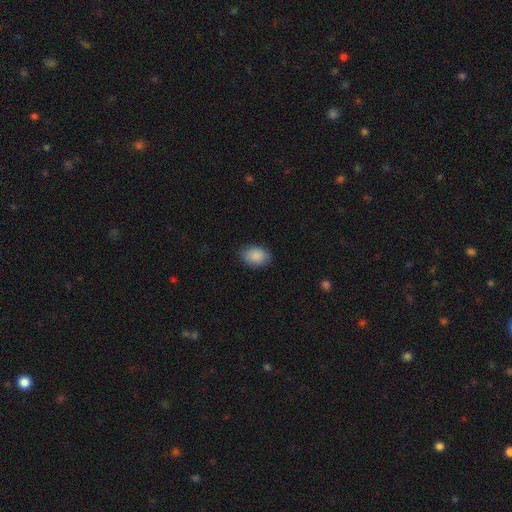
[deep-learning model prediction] Smooth or featured: smooth — 89% (star or artifact — 7%)
How rounded: in between — 80% (round — 18%)
Merging: none — 84% (minor disturbance — 12%)